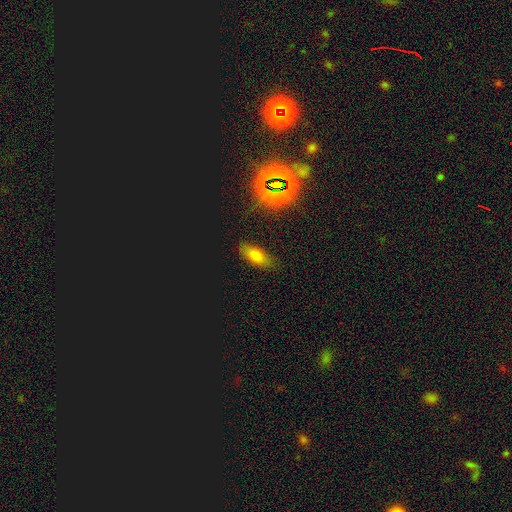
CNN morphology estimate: This appears to be a smooth galaxy with no disk features (69%) that is in between round and cigar-shaped (84%). Merging: none (83%).